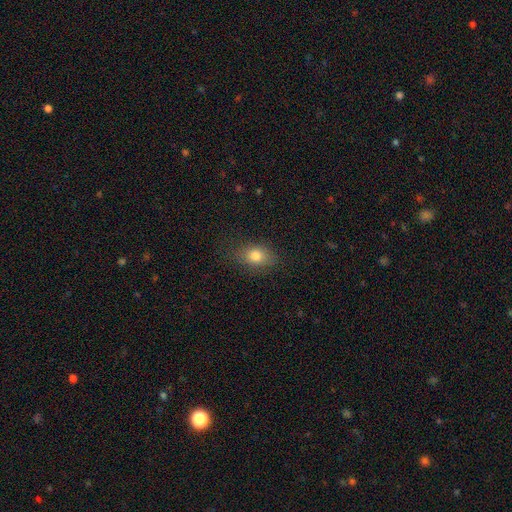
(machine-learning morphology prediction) A smooth galaxy with no disk features (79%) that is in between round and cigar-shaped (68%). Merging: none (80%).